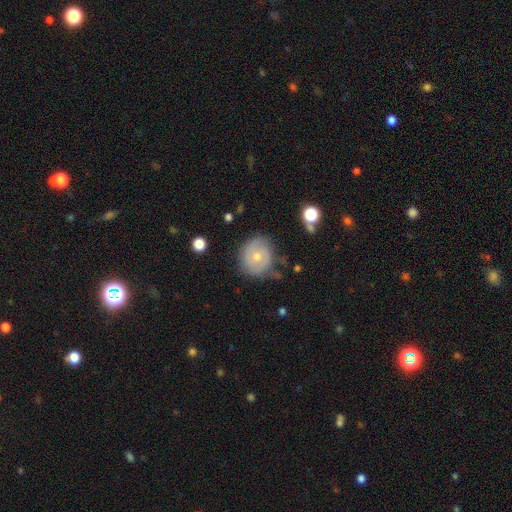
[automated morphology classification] Q: Smooth or featured?
A: smooth (47%); runner-up: featured or disk (45%)
Q: Merging?
A: none (68%); runner-up: minor disturbance (23%)